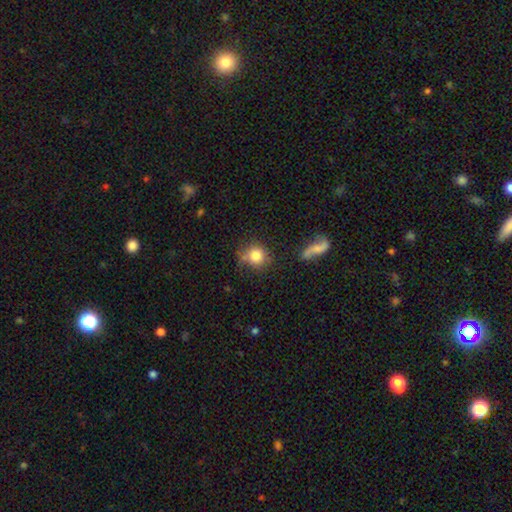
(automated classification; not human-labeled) The model was most divided on "merging": none: 67%, minor disturbance: 18%, merger: 8%, major disturbance: 6%. More confident: how rounded — round (86%); smooth or featured — smooth (81%).